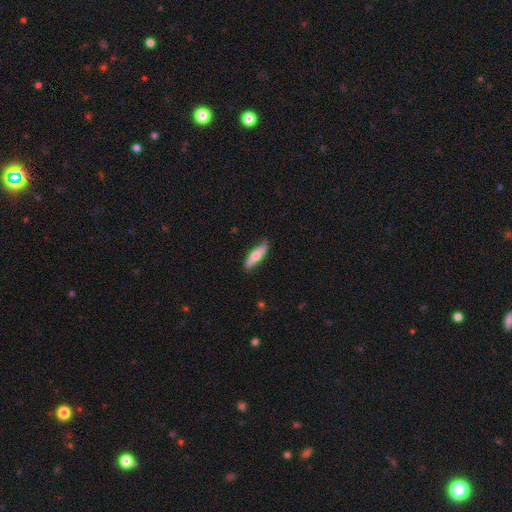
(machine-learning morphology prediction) A smooth galaxy with no disk features (59%) that is cigar-shaped (70%). Merging: none (79%).